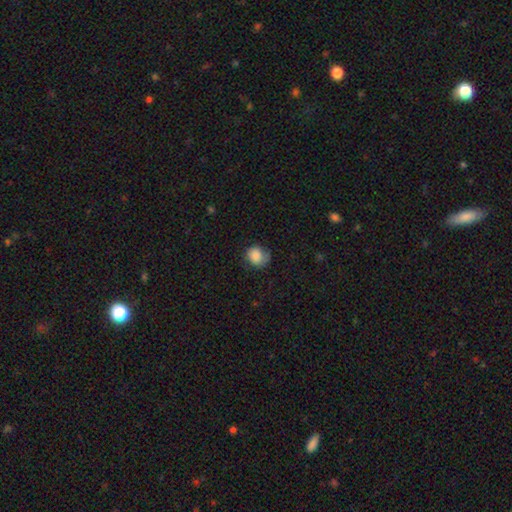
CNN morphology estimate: type=smooth (84%); roundness=round (74%); merging=none (58%).